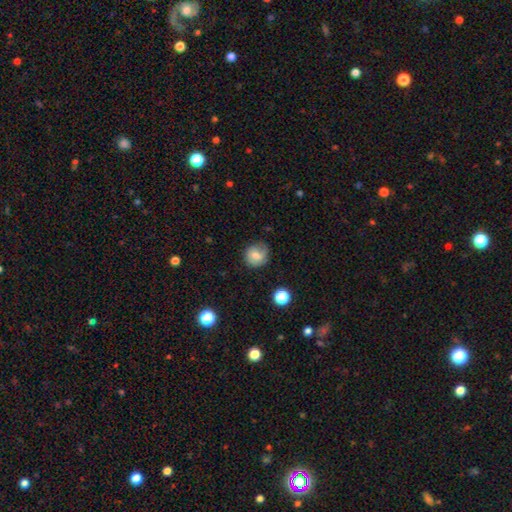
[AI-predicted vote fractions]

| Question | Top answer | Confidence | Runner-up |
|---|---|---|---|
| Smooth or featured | smooth | 68% | featured or disk (23%) |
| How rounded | round | 85% | in between (14%) |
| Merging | none | 75% | minor disturbance (19%) |